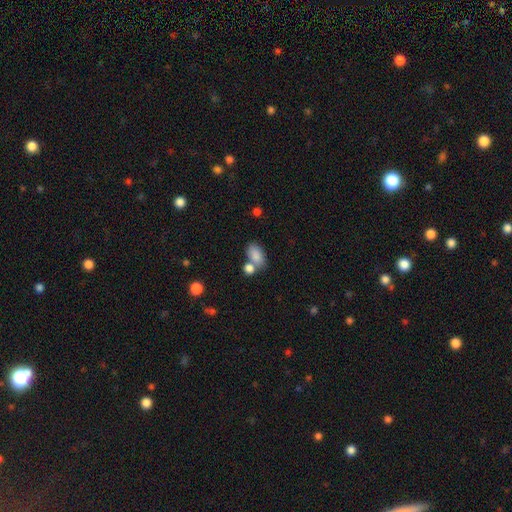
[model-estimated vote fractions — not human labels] smooth 85%, star or artifact 8%, featured or disk 7%. Down the decision tree: how rounded — in between (90%); merging — none (48%).